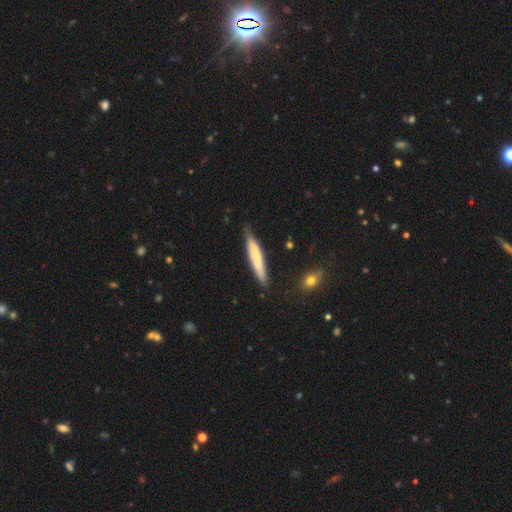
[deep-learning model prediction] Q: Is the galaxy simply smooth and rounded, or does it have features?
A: smooth — 59%.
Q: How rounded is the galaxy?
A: cigar-shaped — 93%.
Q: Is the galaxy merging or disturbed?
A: none — 78%.